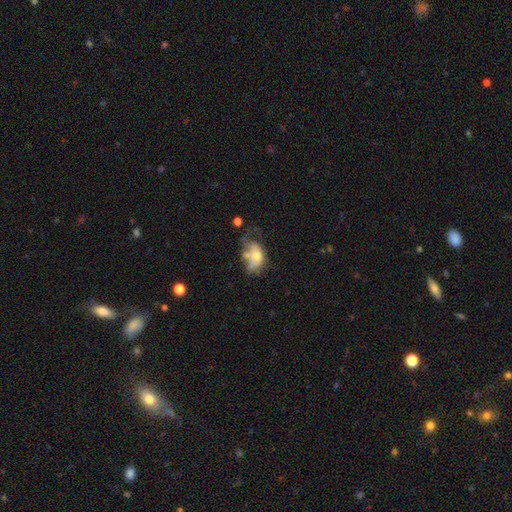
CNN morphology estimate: Q: Smooth or featured?
A: smooth (56%); runner-up: featured or disk (35%)
Q: How rounded?
A: in between (83%); runner-up: round (14%)
Q: Merging?
A: major disturbance (36%); runner-up: merger (23%)